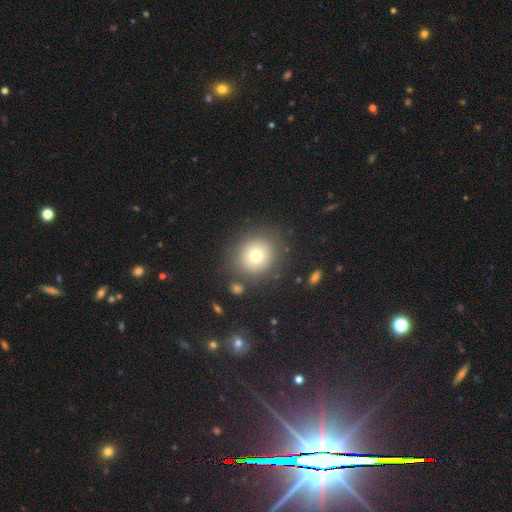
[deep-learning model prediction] Q: Smooth or featured?
A: smooth (74%); runner-up: featured or disk (14%)
Q: How rounded?
A: round (84%); runner-up: in between (15%)
Q: Merging?
A: none (83%); runner-up: minor disturbance (9%)